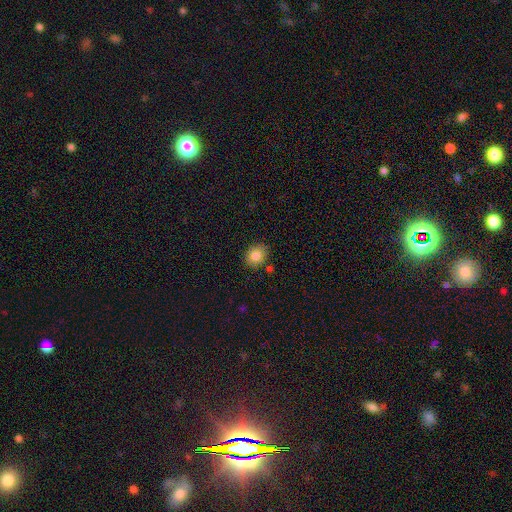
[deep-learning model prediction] This appears to be a smooth galaxy with no disk features (85%) that is round (64%). Merging: none (81%).